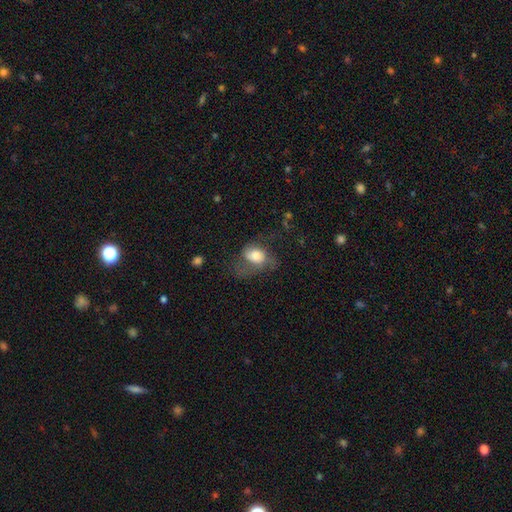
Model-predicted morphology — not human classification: Smooth or featured? smooth (63%)
How rounded? in between (62%)
Merging? major disturbance (42%)